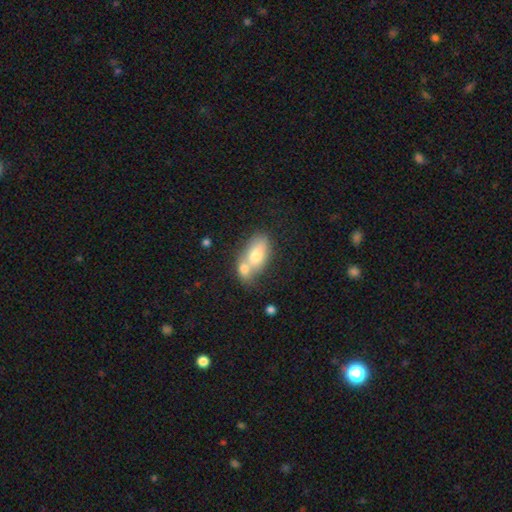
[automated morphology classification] smooth-or-featured: smooth: 70% | featured or disk: 23% | star or artifact: 7%
  how-rounded: in between: 87% | round: 9% | cigar-shaped: 5%
  merging: merger: 59% | none: 26% | minor disturbance: 10% | major disturbance: 5%